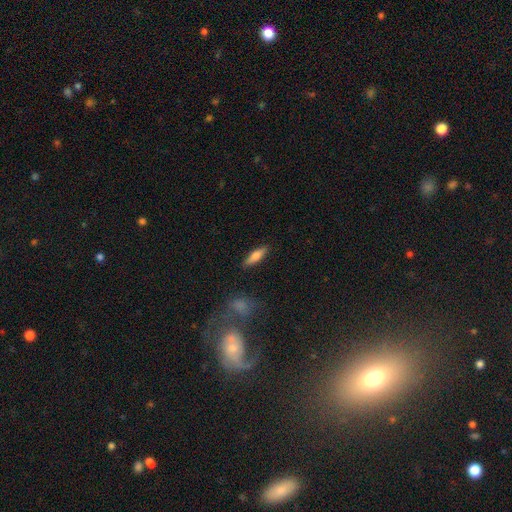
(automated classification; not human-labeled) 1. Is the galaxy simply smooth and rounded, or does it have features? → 68% smooth, 25% featured or disk, 7% star or artifact.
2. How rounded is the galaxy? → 55% cigar-shaped, 42% in between, 2% round.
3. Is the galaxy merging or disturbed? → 87% none, 9% minor disturbance, 2% major disturbance, 2% merger.